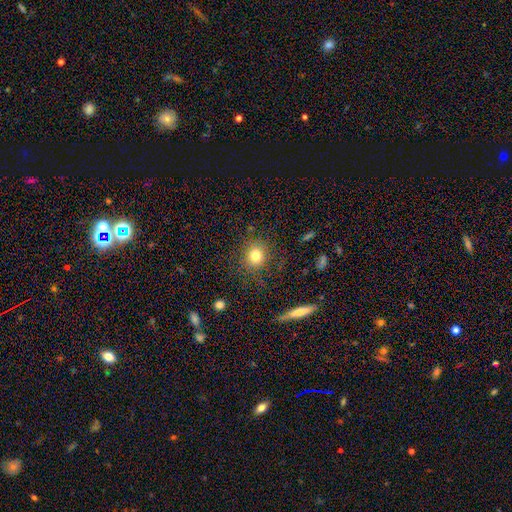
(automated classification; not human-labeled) A smooth galaxy with no disk features (77%) that is round (85%). Merging: none (82%).